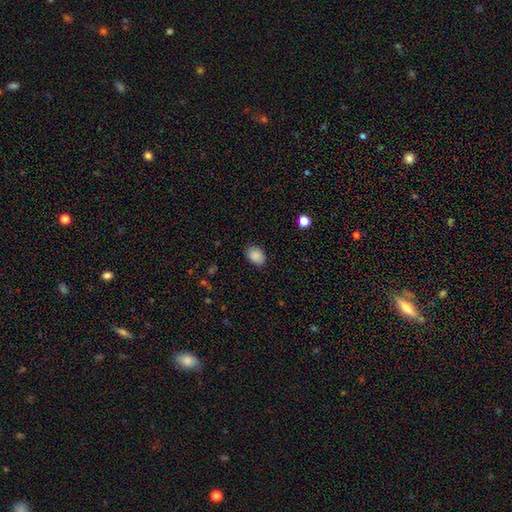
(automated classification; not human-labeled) The model was most divided on "how rounded": in between: 74%, round: 25%, cigar-shaped: 1%. More confident: smooth or featured — smooth (88%); merging — none (84%).